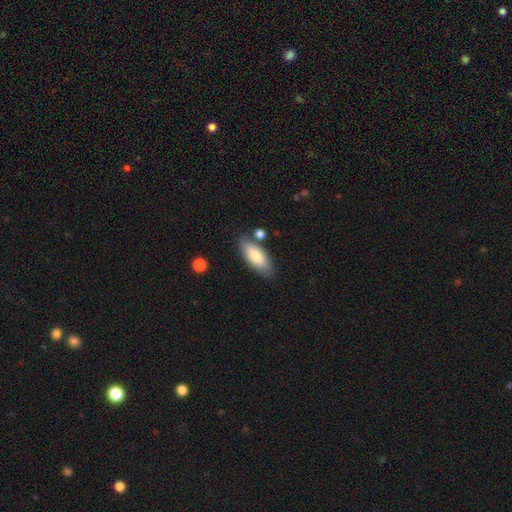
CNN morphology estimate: This is likely a smooth galaxy (79%). How rounded: likely in between (78%). Merging: likely none (78%).